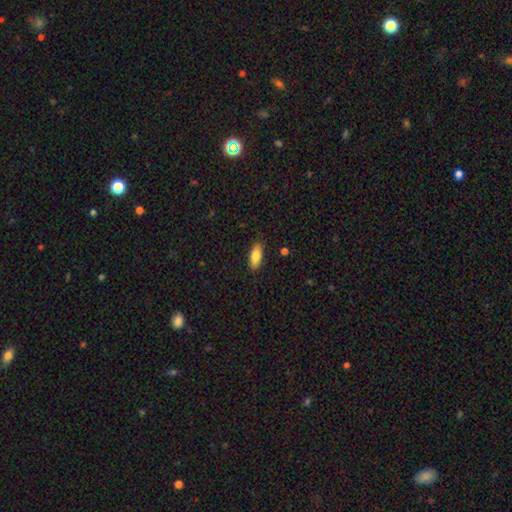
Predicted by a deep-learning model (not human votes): smooth 82%, featured or disk 11%, star or artifact 7%. Down the decision tree: how rounded — in between (78%); merging — none (87%).